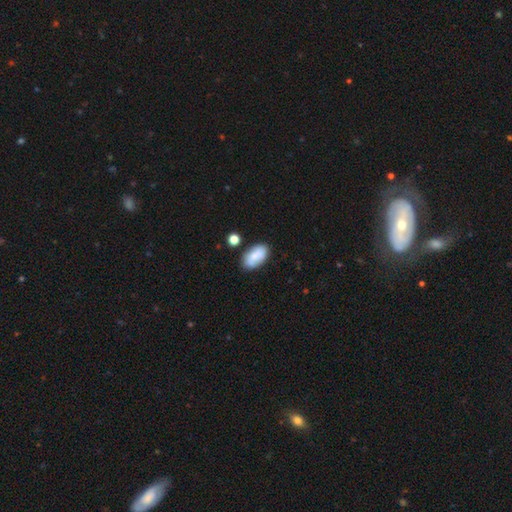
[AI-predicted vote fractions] A smooth galaxy with no disk features (76%) that is in between round and cigar-shaped (93%).

Vote fractions:
- Smooth or featured? smooth: 76% / featured or disk: 16% / star or artifact: 8%
- How rounded? in between: 93% / round: 5% / cigar-shaped: 2%
- Merging? none: 69% / minor disturbance: 17% / merger: 10% / major disturbance: 4%